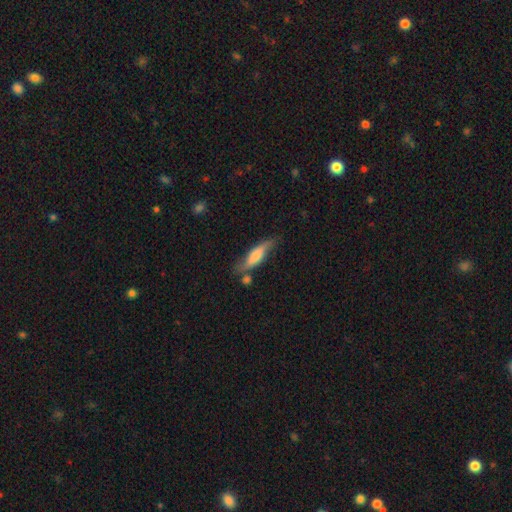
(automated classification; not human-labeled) Smooth or featured? smooth (54%)
How rounded? cigar-shaped (64%)
Merging? none (59%)